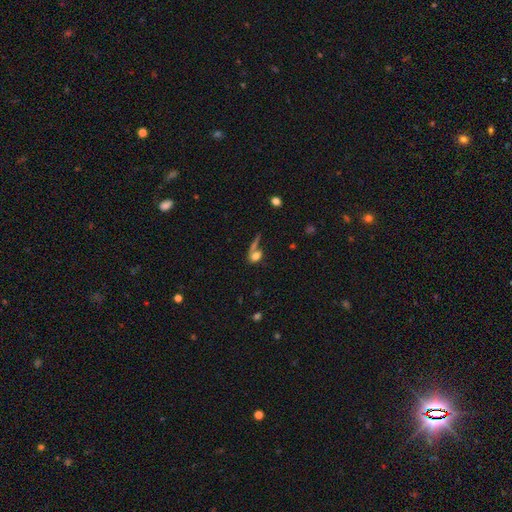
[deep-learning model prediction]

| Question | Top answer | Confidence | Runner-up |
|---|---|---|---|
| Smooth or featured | smooth | 70% | featured or disk (17%) |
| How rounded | in between | 55% | round (35%) |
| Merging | none | 39% | merger (33%) |